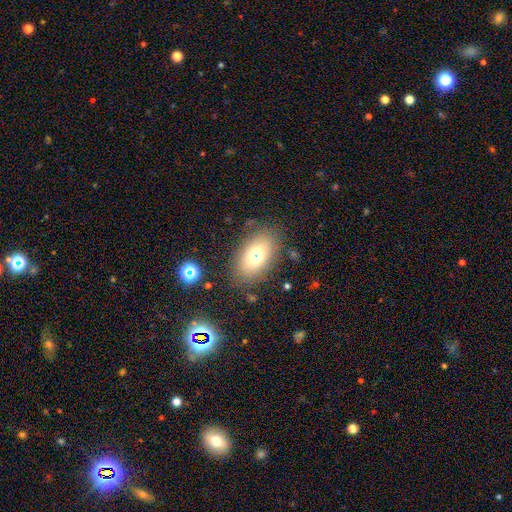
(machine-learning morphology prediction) smooth 69%, featured or disk 17%, star or artifact 13%. Down the decision tree: how rounded — in between (86%); merging — none (79%).